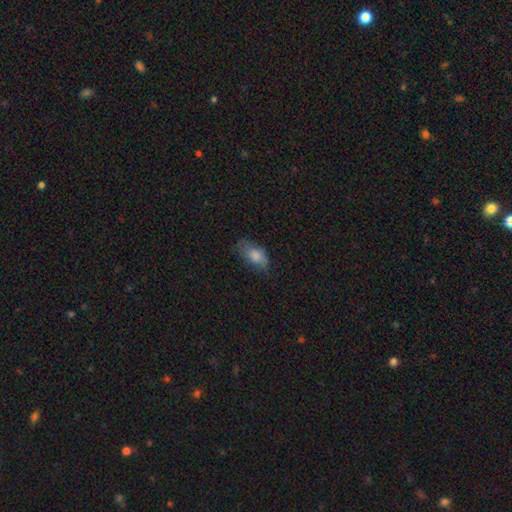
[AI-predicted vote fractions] A smooth galaxy with no disk features (78%) that is in between round and cigar-shaped (90%). Merging: none (56%).